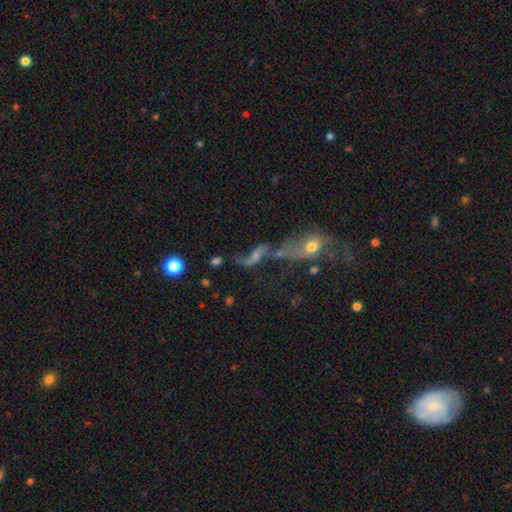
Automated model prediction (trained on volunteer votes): smooth_or_featured: featured or disk (p=0.57) [alt: smooth p=0.26]
disk_edge_on: no (p=0.90) [alt: yes p=0.10]
bar: no (p=0.58) [alt: weak p=0.31]
has_spiral_arms: yes (p=0.74) [alt: no p=0.26]
bulge_size: moderate (p=0.37) [tied with: small p=0.37]
merging: merger (p=0.49) [alt: none p=0.23]